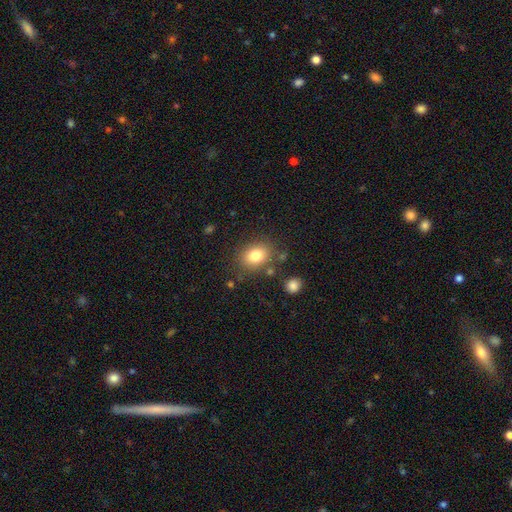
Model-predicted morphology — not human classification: type=smooth (81%); roundness=in between (63%); merging=none (79%).